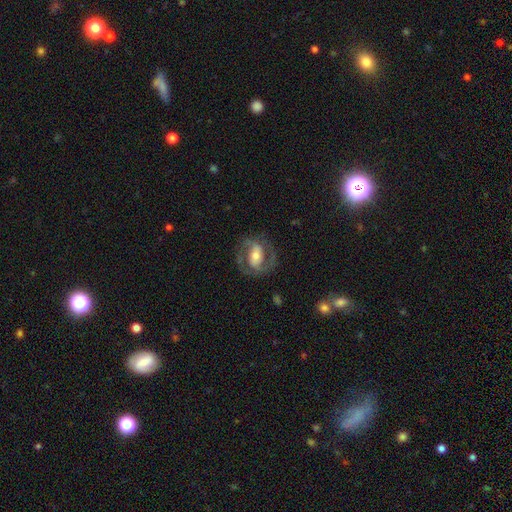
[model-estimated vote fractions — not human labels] Smooth or featured? featured or disk (79%)
Edge-on disk? no (96%)
Bar? strong (37%)
Spiral arms? yes (88%)
Spiral winding? medium (53%)
Spiral arm count? 2 (88%)
Bulge size? moderate (54%)
Merging? none (76%)